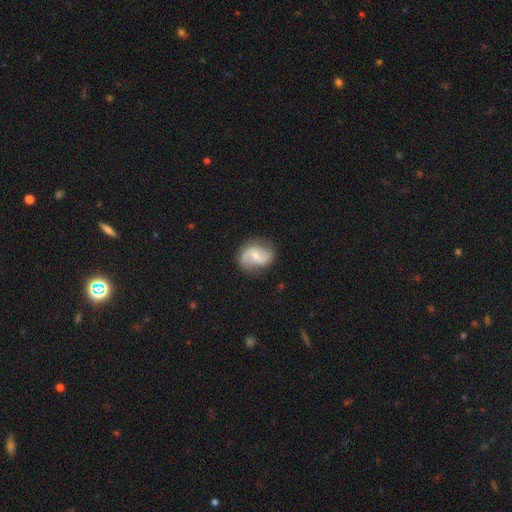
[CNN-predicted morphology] Overall: featured or disk (77%). Edge-on disk: no (97%). Bar: no (50%; weak 40%). Spiral arms: yes (93%). Spiral arm count: 2 (88%). Spiral winding: loose (48%; medium 39%). Bulge size: moderate (48%; small 47%). Merging: none (77%).